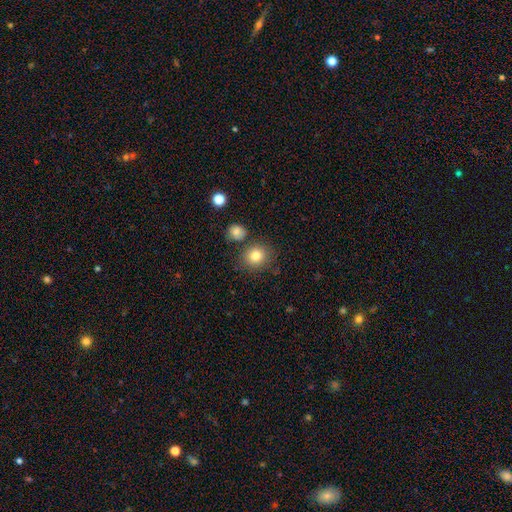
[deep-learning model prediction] The model was most divided on "how rounded": round: 80%, in between: 19%, cigar-shaped: 1%. More confident: smooth or featured — smooth (81%); merging — none (80%).